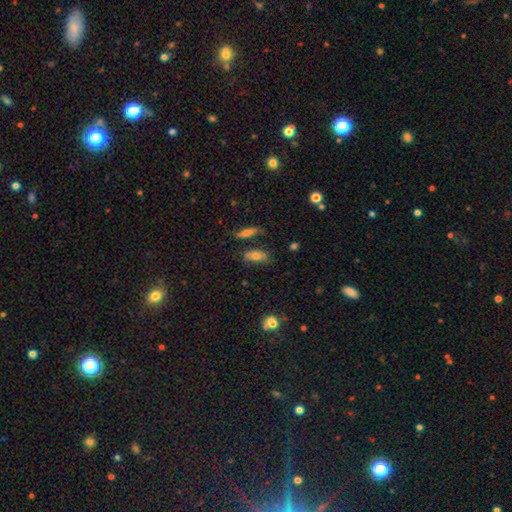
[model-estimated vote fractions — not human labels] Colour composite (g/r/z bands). It shows a smooth galaxy with no disk features (68%) that is in between round and cigar-shaped (77%). Merging: none (64%).